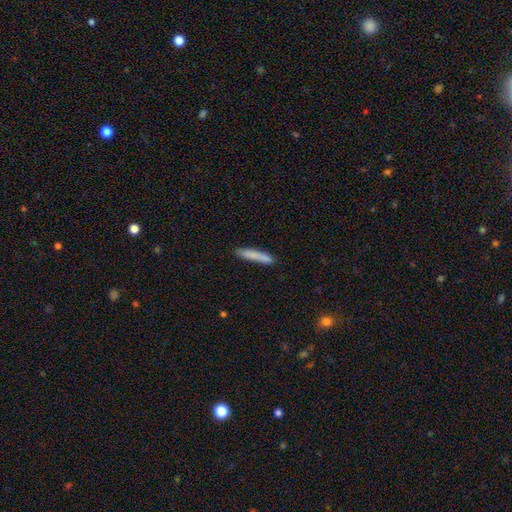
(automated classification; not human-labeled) This appears to be a smooth galaxy with no disk features (81%) that is cigar-shaped (93%). Merging: none (84%).